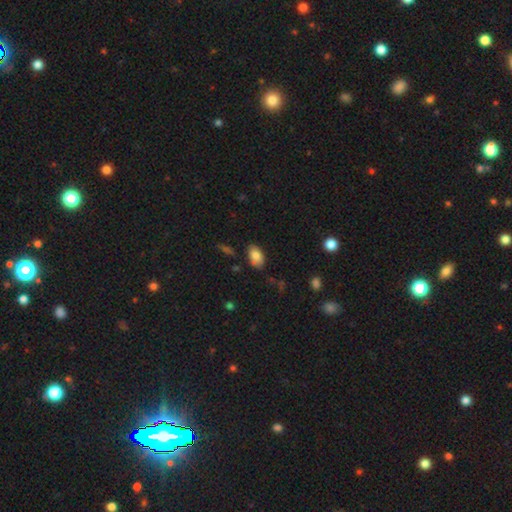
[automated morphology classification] Smooth or featured?
  - smooth: 83% *
  - featured or disk: 9%
  - star or artifact: 8%
How rounded?
  - in between: 92% *
  - round: 6%
  - cigar-shaped: 2%
Merging?
  - none: 77% *
  - minor disturbance: 17%
  - major disturbance: 3%
  - merger: 3%